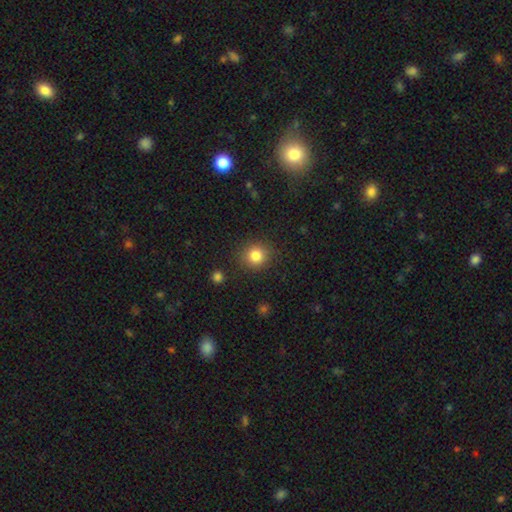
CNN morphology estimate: Smooth or featured: smooth — 84% (star or artifact — 11%)
How rounded: round — 89% (in between — 10%)
Merging: none — 88% (minor disturbance — 8%)